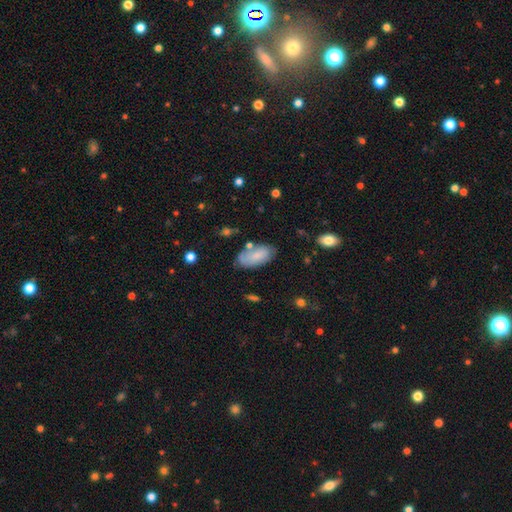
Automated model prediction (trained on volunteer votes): smooth-or-featured: smooth: 77% | featured or disk: 16% | star or artifact: 7%
  how-rounded: in between: 93% | cigar-shaped: 5% | round: 2%
  merging: none: 68% | minor disturbance: 21% | major disturbance: 5% | merger: 5%